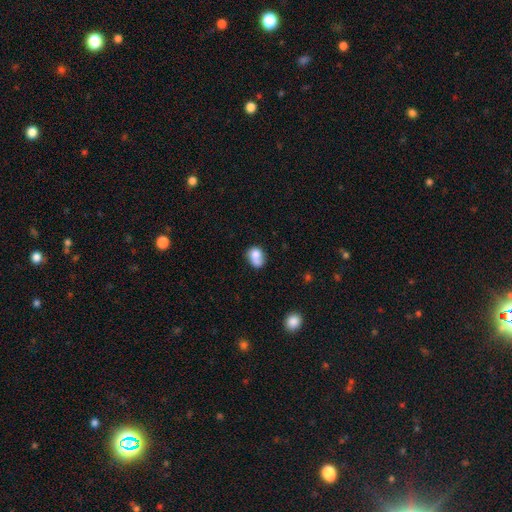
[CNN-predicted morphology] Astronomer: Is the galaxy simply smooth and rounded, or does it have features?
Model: smooth — 75%.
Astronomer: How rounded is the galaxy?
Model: in between — 64%.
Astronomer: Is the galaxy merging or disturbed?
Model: none — 43% (runner-up: minor disturbance, 27%).